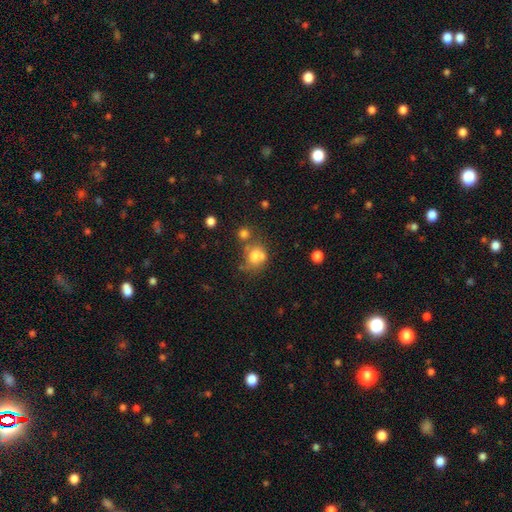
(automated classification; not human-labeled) The model was most divided on "merging": none: 39%, merger: 31%, minor disturbance: 19%, major disturbance: 11%. More confident: smooth or featured — smooth (72%); how rounded — round (65%).